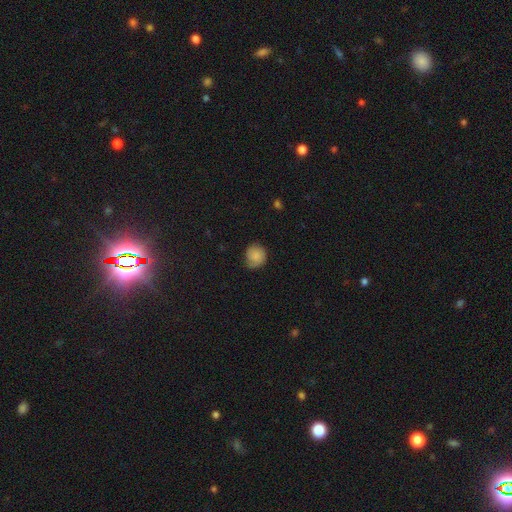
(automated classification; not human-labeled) Morphology: type=smooth (72%); roundness=round (82%); merging=none (68%).